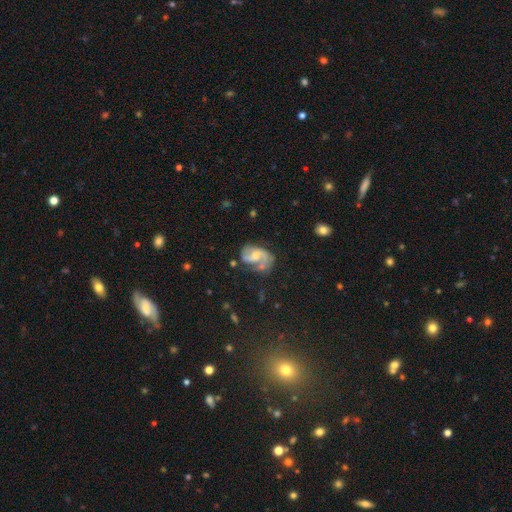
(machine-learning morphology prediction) Smooth or featured?
  - featured or disk: 78% *
  - smooth: 15%
  - star or artifact: 8%
Edge-on disk?
  - no: 98% *
  - yes: 2%
Bar?
  - no: 49% *
  - weak: 42%
  - strong: 9%
Spiral arms?
  - yes: 93% *
  - no: 7%
Spiral winding?
  - medium: 50% *
  - loose: 32%
  - tight: 18%
Spiral arm count?
  - 2: 81% *
  - 1: 7%
  - can't tell: 7%
  - 3: 3%
  - 4: 1%
  - more than 4: 1%
Bulge size?
  - small: 45% *
  - moderate: 41%
  - none: 9%
  - large: 4%
  - dominant: 1%
Merging?
  - none: 50% *
  - minor disturbance: 24%
  - major disturbance: 18%
  - merger: 9%